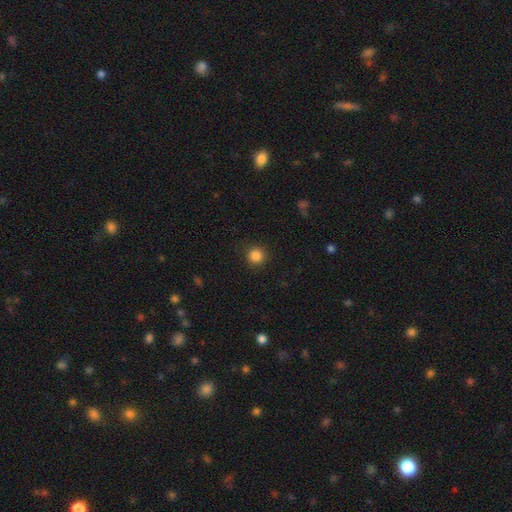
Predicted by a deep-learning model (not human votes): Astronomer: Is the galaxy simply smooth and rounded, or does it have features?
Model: smooth — 85%.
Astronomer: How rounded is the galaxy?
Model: round — 94%.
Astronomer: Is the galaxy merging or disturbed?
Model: none — 90%.